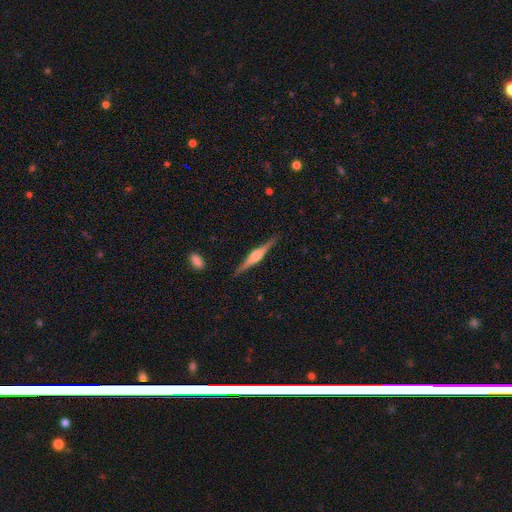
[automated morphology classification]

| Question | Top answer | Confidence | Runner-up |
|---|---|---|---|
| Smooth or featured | featured or disk | 81% | smooth (14%) |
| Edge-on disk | yes | 98% | no (2%) |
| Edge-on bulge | rounded | 83% | boxy (14%) |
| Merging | none | 90% | minor disturbance (7%) |